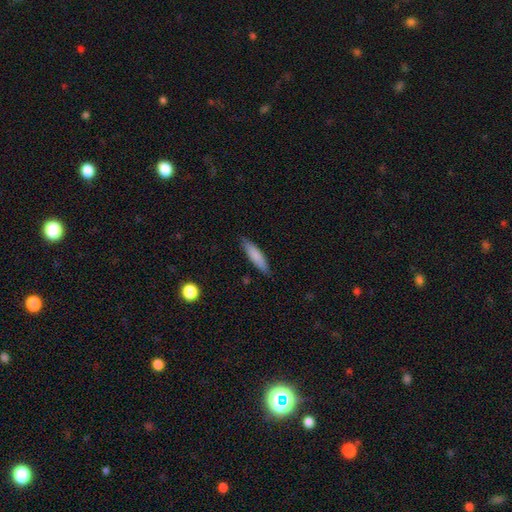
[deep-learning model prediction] This is clearly a smooth galaxy (81%). How rounded: likely cigar-shaped (77%). Merging: clearly none (85%).